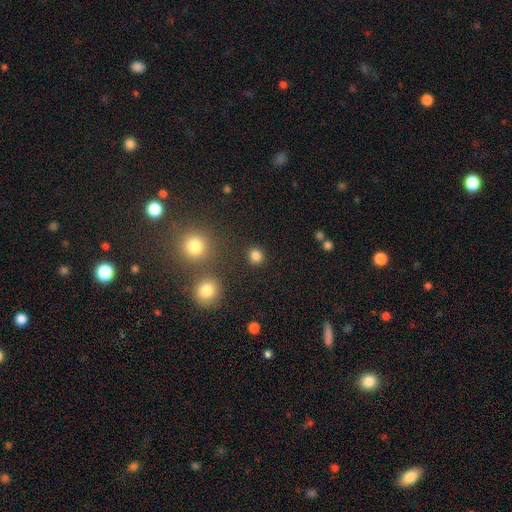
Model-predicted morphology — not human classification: This appears to be a smooth galaxy with no disk features (83%) that is round (83%). Merging: none (86%).